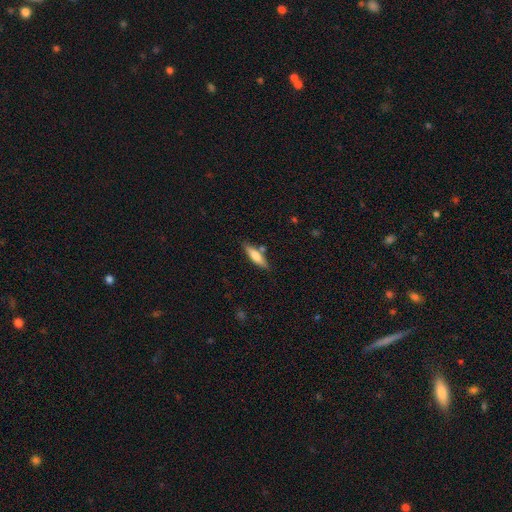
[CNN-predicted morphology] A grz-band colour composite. It shows a smooth galaxy with no disk features (66%) that is cigar-shaped (65%). Merging: none (77%).